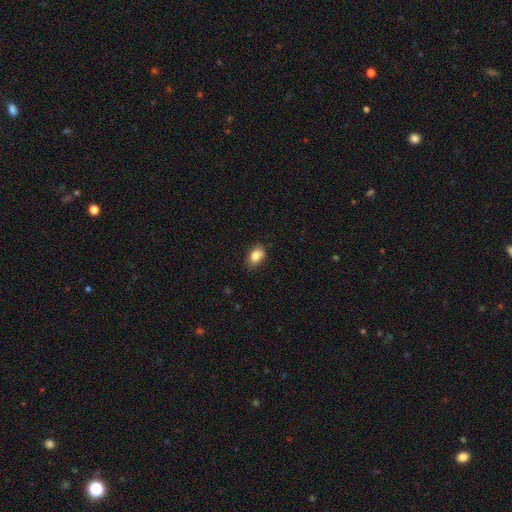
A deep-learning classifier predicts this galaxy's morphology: smooth-or-featured: smooth: 82% | featured or disk: 9% | star or artifact: 9%
  how-rounded: in between: 80% | round: 19% | cigar-shaped: 1%
  merging: none: 76% | minor disturbance: 18% | major disturbance: 3% | merger: 3%